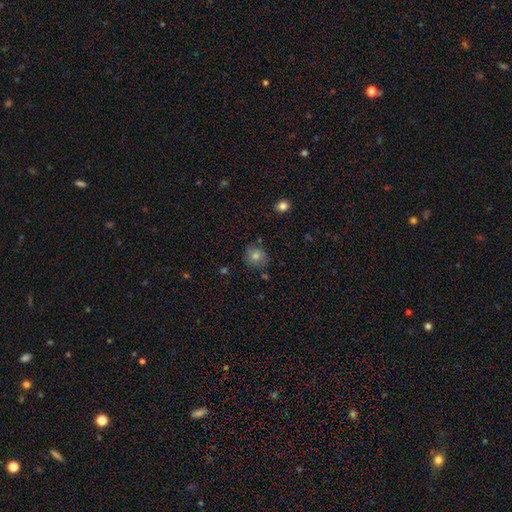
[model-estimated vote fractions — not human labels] Smooth or featured? smooth (74%)
How rounded? round (78%)
Merging? none (77%)